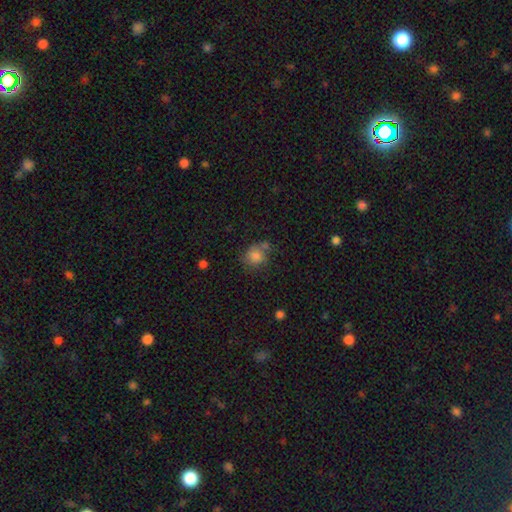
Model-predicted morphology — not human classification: smooth_or_featured: smooth (p=0.78) [alt: star or artifact p=0.11]
how_rounded: round (p=0.75) [alt: in between p=0.24]
merging: none (p=0.55) [alt: minor disturbance p=0.22]